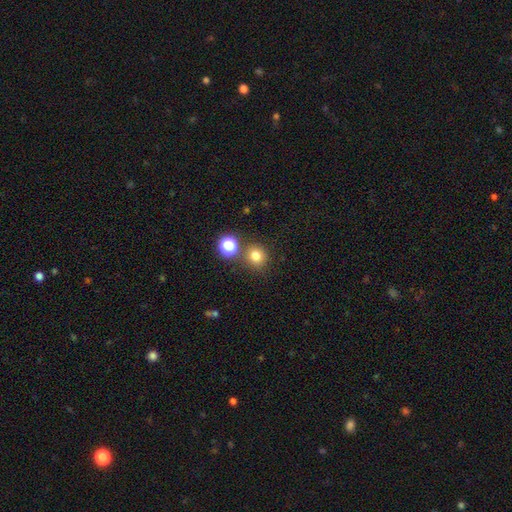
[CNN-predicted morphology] Smooth or featured? Predicted: smooth (p=0.77). How rounded? Predicted: round (p=0.89). Merging? Predicted: none (p=0.79).